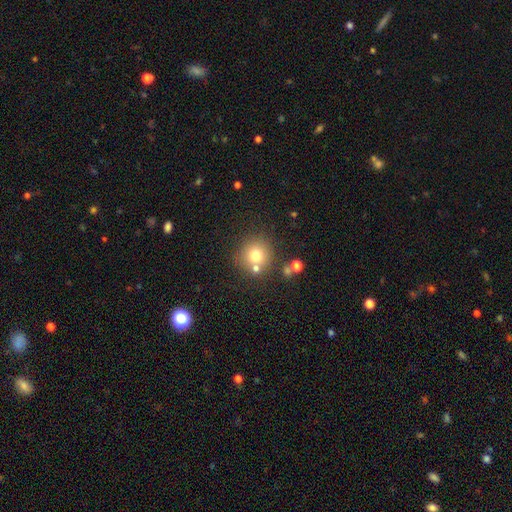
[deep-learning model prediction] The model was most divided on "merging": none: 69%, merger: 17%, minor disturbance: 10%, major disturbance: 4%. More confident: how rounded — round (91%); smooth or featured — smooth (75%).